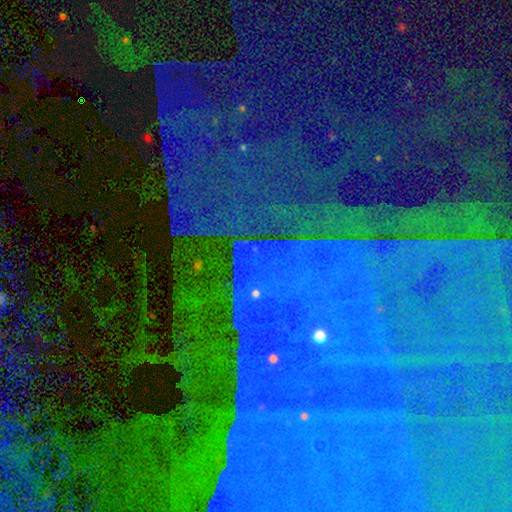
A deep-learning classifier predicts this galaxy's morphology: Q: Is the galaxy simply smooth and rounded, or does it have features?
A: star or artifact — 85%.